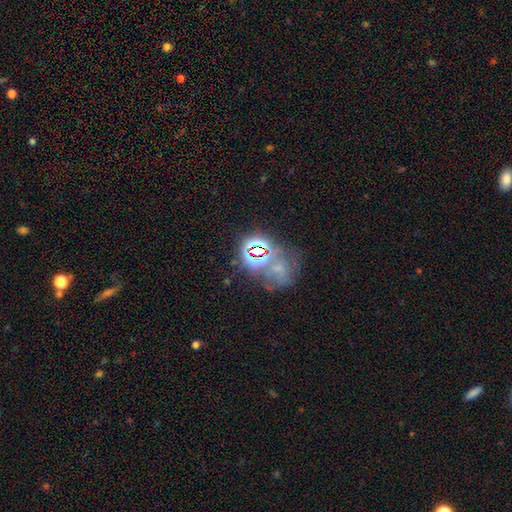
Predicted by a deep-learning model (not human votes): Q: Smooth or featured?
A: star or artifact (62%); runner-up: smooth (20%)